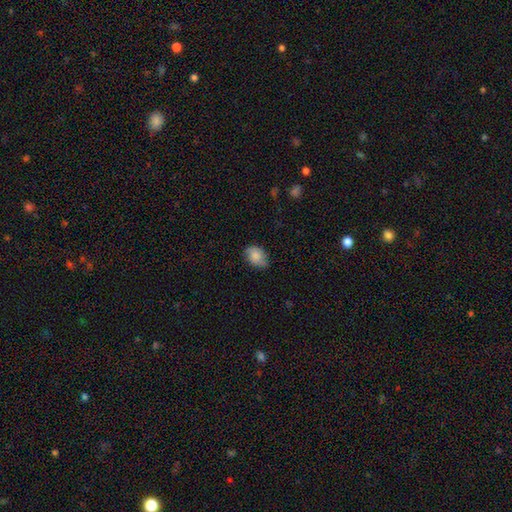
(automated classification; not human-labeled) This appears to be a smooth galaxy with no disk features (80%) that is in between round and cigar-shaped (78%). Merging: none (72%).